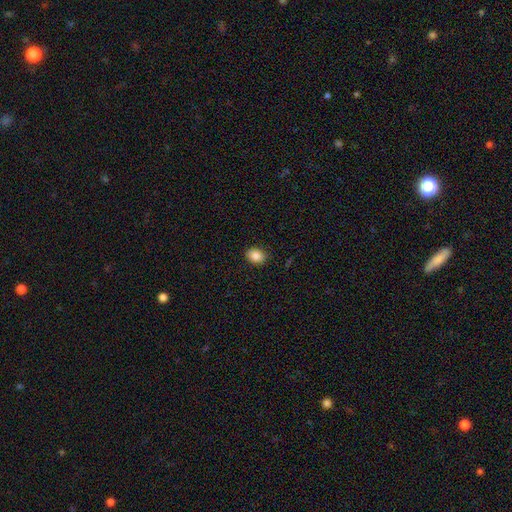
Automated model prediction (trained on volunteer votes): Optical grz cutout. It shows a smooth galaxy with no disk features (87%) that is in between round and cigar-shaped (63%). Merging: none (89%).